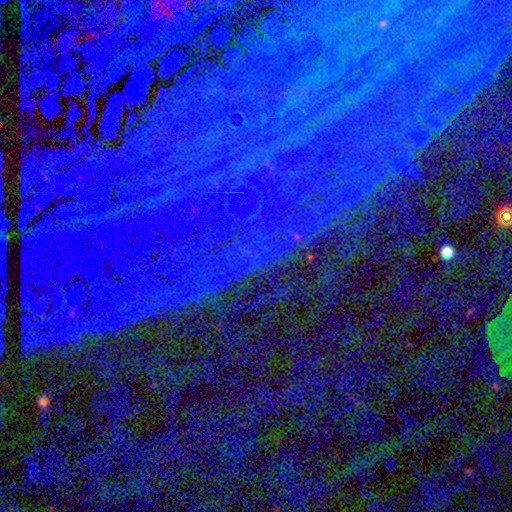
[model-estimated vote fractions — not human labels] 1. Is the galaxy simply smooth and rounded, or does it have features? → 87% star or artifact, 7% featured or disk, 7% smooth.